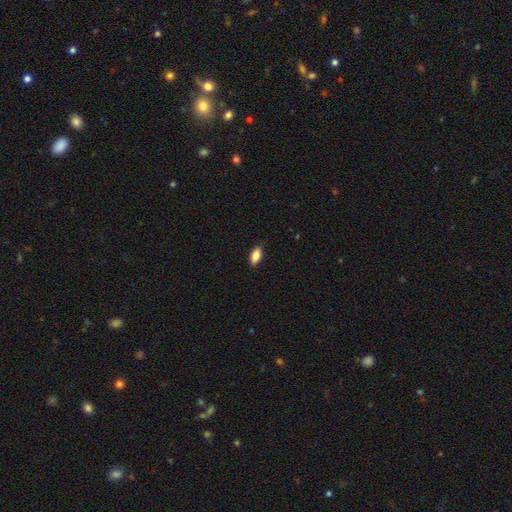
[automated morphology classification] Overall: smooth (83%). How rounded: in between (87%). Merging: none (86%).